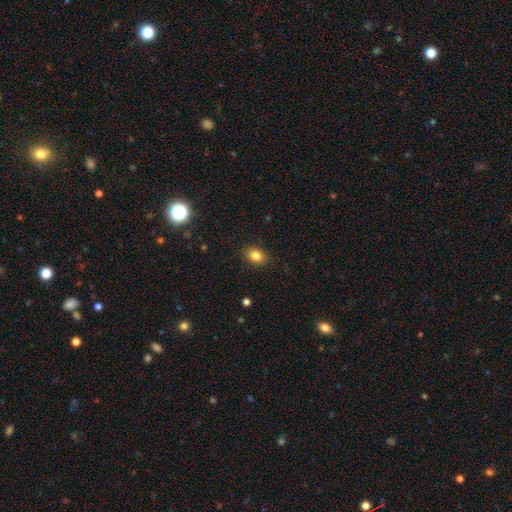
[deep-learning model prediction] The model was most divided on "how rounded": in between: 66%, round: 32%, cigar-shaped: 1%. More confident: merging — none (88%); smooth or featured — smooth (83%).